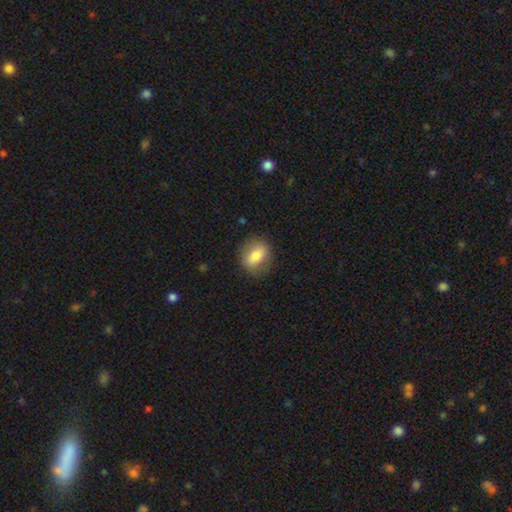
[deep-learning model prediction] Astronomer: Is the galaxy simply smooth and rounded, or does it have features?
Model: smooth — 74%.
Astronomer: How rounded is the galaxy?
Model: in between — 65%.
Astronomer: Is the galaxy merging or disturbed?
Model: none — 79%.